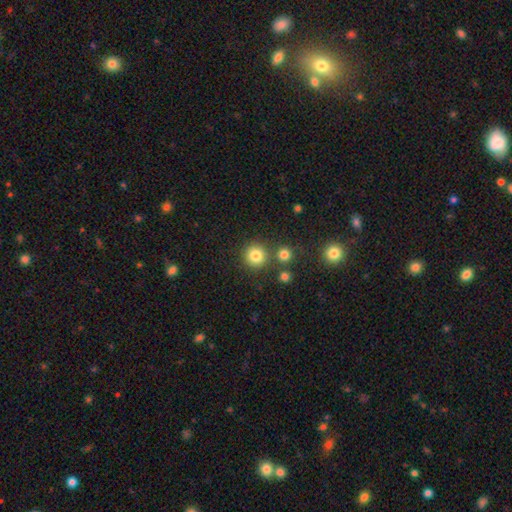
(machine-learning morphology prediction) Smooth or featured? smooth (82%)
How rounded? round (94%)
Merging? none (82%)